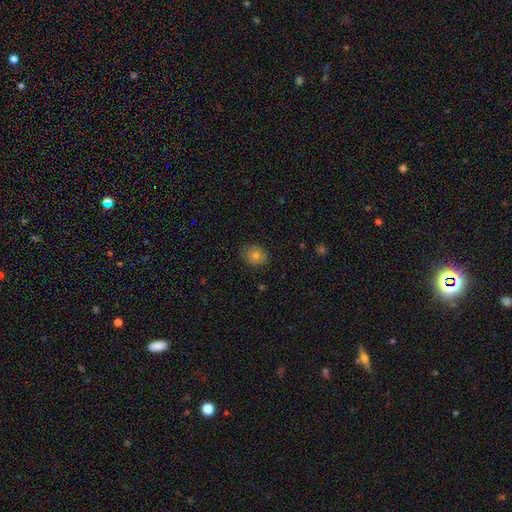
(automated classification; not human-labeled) This appears to be a smooth galaxy with no disk features (74%) that is round (63%). Merging: none (79%).